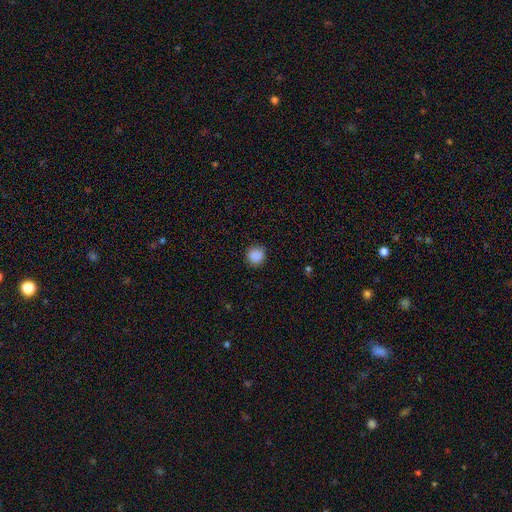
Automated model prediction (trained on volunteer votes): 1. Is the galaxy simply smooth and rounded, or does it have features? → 87% smooth, 9% star or artifact, 3% featured or disk.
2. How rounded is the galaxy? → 90% round, 9% in between, 1% cigar-shaped.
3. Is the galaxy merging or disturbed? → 85% none, 11% minor disturbance, 3% major disturbance, 1% merger.